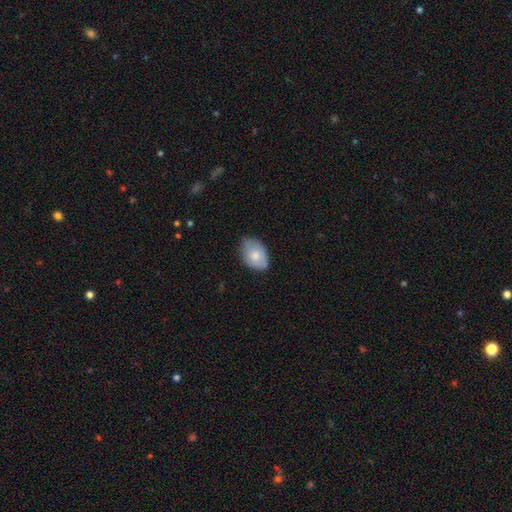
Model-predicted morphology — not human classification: Q: Smooth or featured?
A: smooth (77%); runner-up: featured or disk (16%)
Q: How rounded?
A: in between (85%); runner-up: round (14%)
Q: Merging?
A: none (67%); runner-up: minor disturbance (28%)